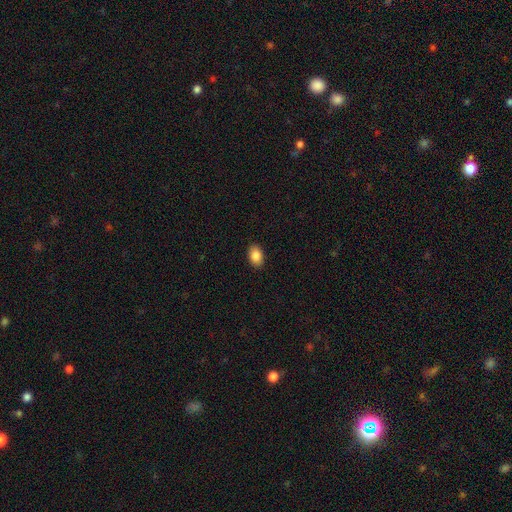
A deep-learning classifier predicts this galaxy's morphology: type=smooth (87%); roundness=in between (88%); merging=none (90%).